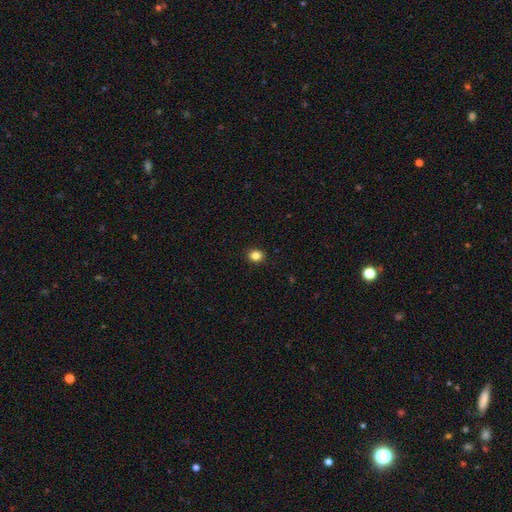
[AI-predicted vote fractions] A smooth galaxy with no disk features (84%) that is round (67%). Merging: none (91%).